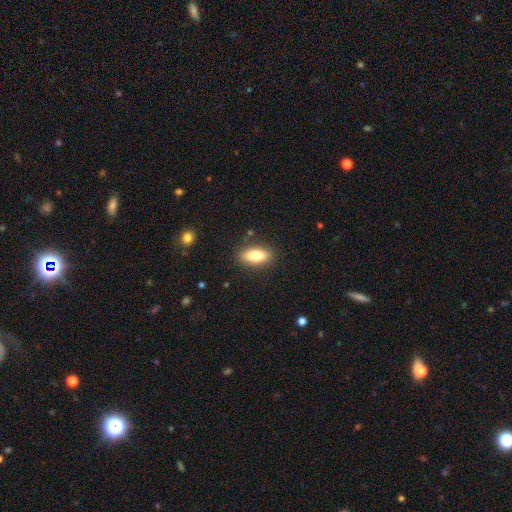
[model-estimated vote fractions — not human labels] smooth-or-featured: smooth: 77% | featured or disk: 16% | star or artifact: 7%
  how-rounded: in between: 80% | cigar-shaped: 16% | round: 4%
  merging: none: 86% | minor disturbance: 10% | major disturbance: 3% | merger: 2%